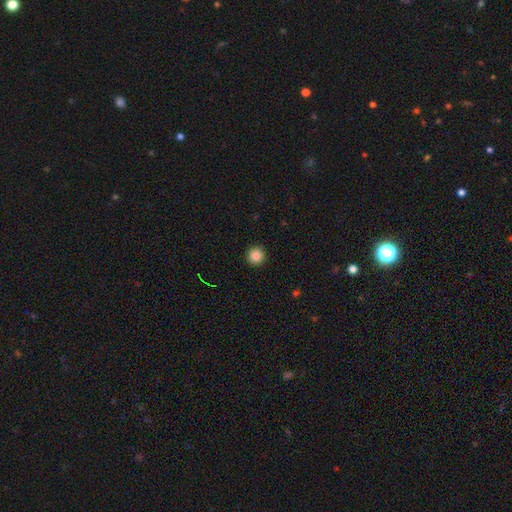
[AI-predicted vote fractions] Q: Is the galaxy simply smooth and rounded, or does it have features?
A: smooth — 86%.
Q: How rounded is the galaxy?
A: round — 94%.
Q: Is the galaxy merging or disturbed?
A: none — 93%.